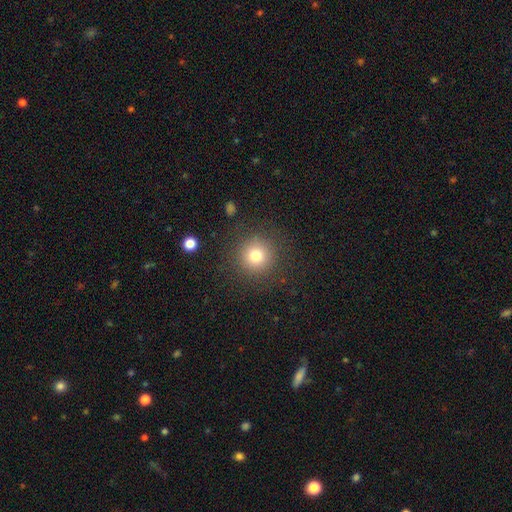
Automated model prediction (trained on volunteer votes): The model was most divided on "smooth or featured": smooth: 77%, star or artifact: 13%, featured or disk: 9%. More confident: how rounded — round (95%); merging — none (88%).